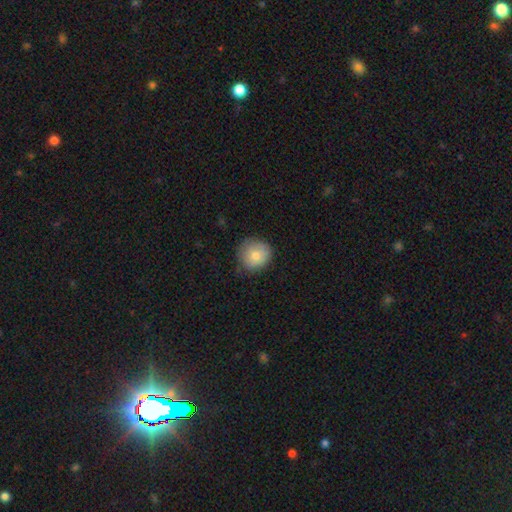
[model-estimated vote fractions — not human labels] This appears to be a smooth galaxy with no disk features (80%) that is round (89%). Merging: none (75%).